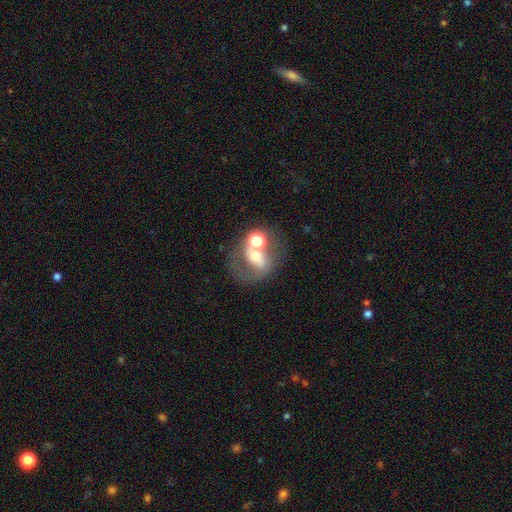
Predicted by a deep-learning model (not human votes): smooth_or_featured: featured or disk (p=0.52) [alt: smooth p=0.34]
disk_edge_on: no (p=0.96) [alt: yes p=0.04]
merging: none (p=0.38) [alt: merger p=0.37]